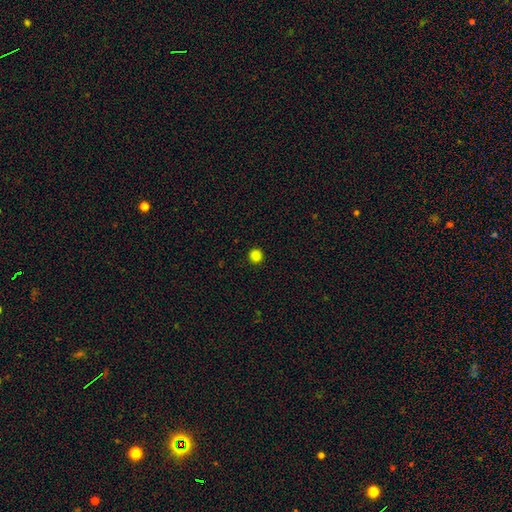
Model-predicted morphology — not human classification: smooth 84%, star or artifact 14%, featured or disk 3%. Down the decision tree: how rounded — round (93%); merging — none (92%).